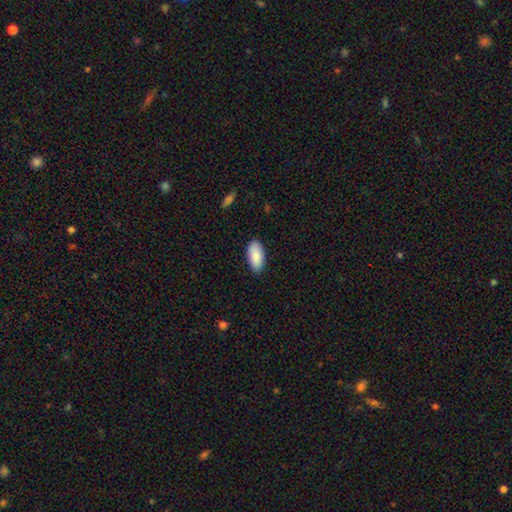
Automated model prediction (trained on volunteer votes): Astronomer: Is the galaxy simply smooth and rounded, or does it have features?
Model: smooth — 89%.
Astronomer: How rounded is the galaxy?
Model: in between — 94%.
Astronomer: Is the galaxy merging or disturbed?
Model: none — 86%.